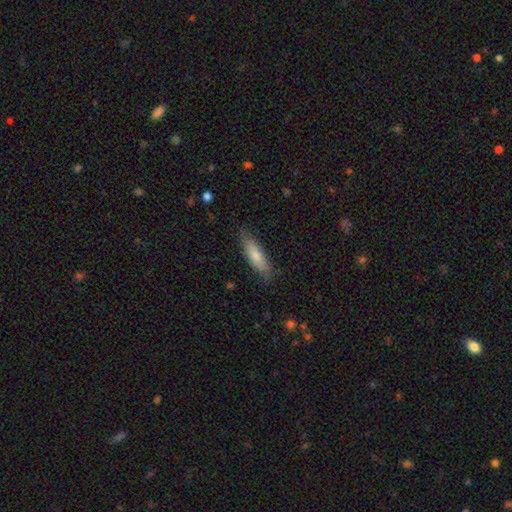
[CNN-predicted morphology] This appears to be a smooth galaxy with no disk features (75%) that is cigar-shaped (59%). Merging: none (81%).